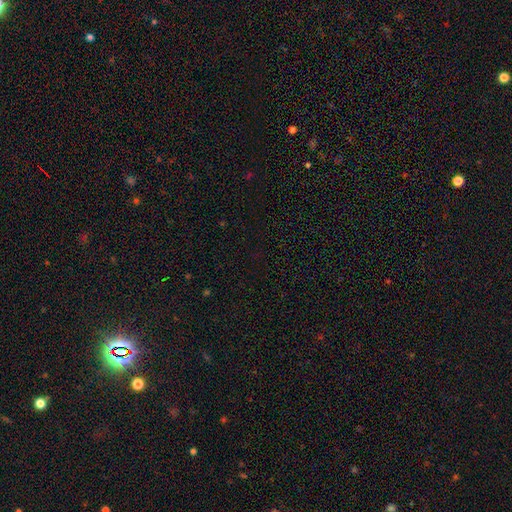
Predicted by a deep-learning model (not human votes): This is likely a star or artifact rather than a galaxy (69%).